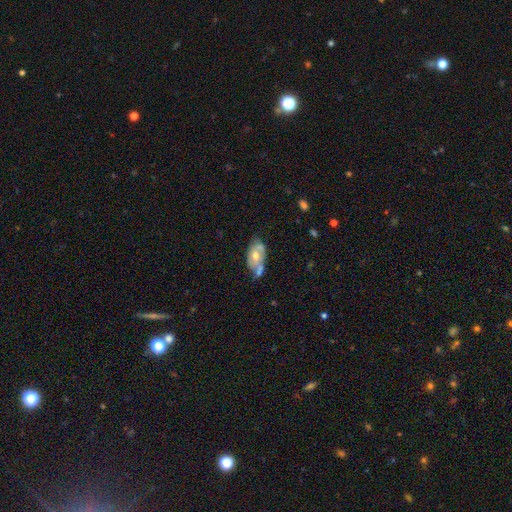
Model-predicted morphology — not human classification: featured or disk 53%, smooth 40%, star or artifact 7%. Down the decision tree: edge-on disk — no (92%); merging — none (35%).